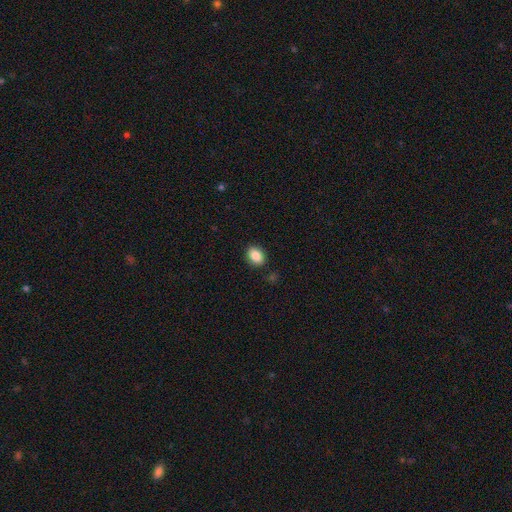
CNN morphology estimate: Smooth or featured?
  - smooth: 87% *
  - star or artifact: 8%
  - featured or disk: 5%
How rounded?
  - in between: 68% *
  - round: 31%
  - cigar-shaped: 1%
Merging?
  - none: 87% *
  - minor disturbance: 9%
  - major disturbance: 2%
  - merger: 2%